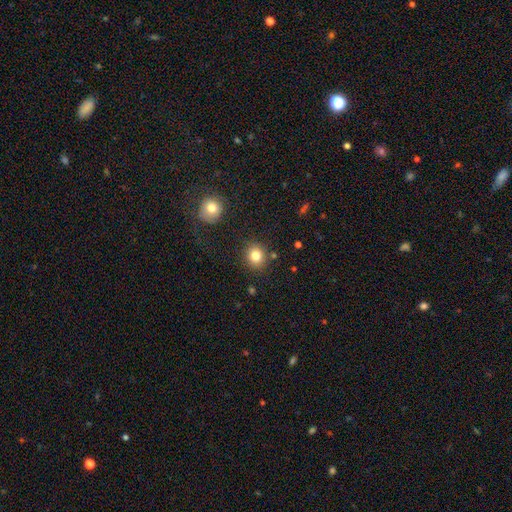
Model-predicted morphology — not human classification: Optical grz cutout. It shows a smooth galaxy with no disk features (81%) that is round (80%). Merging: none (86%).